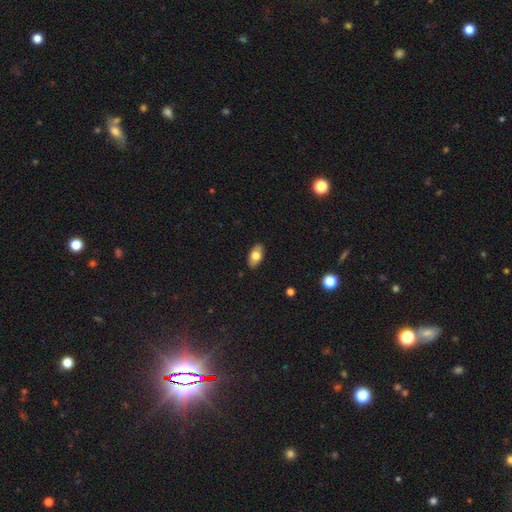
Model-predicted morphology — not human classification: Smooth or featured? smooth (75%)
How rounded? in between (92%)
Merging? none (88%)